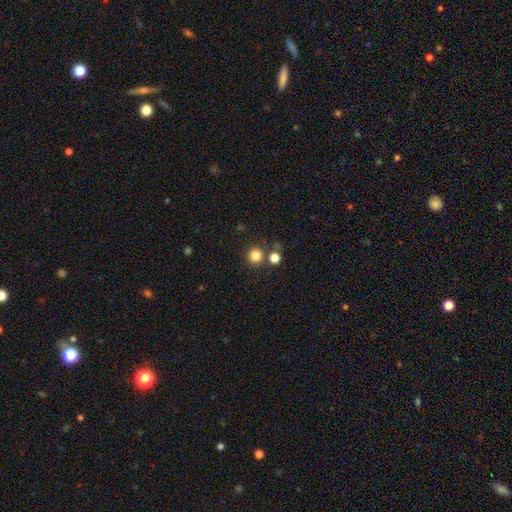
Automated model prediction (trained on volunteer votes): Overall: smooth (83%). How rounded: round (94%). Merging: none (80%).